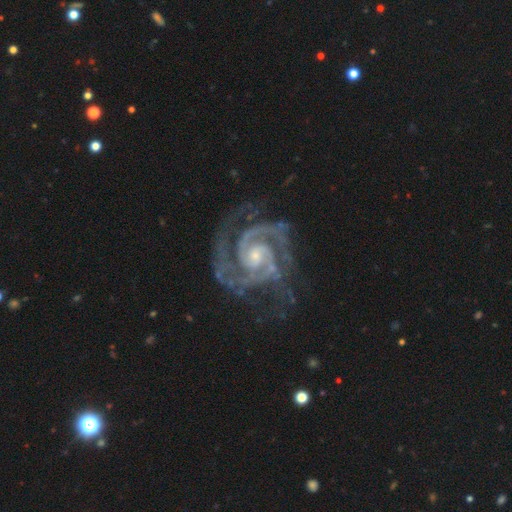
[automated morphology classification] featured or disk 94%, star or artifact 4%, smooth 2%. Down the decision tree: edge-on disk — no (98%); bar — no (56%); spiral arms — yes (99%); spiral arm count — 2 (78%); spiral winding — tight (62%); bulge size — small (59%); merging — none (70%).